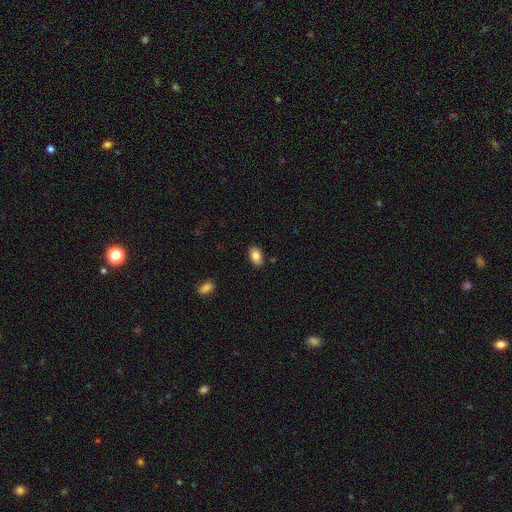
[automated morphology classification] This appears to be a smooth galaxy with no disk features (83%) that is in between round and cigar-shaped (92%). Merging: none (87%).